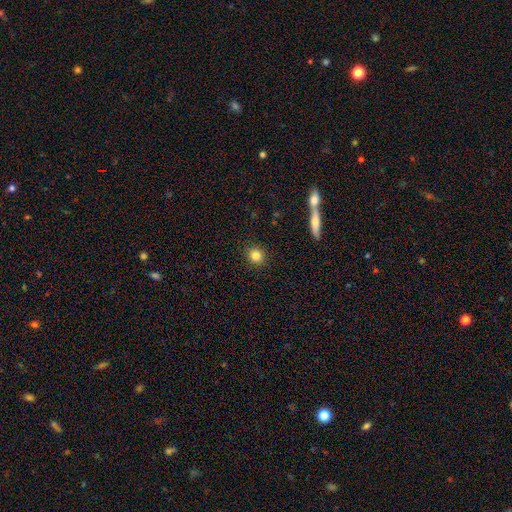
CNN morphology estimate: Smooth or featured? smooth (83%)
How rounded? round (86%)
Merging? none (90%)